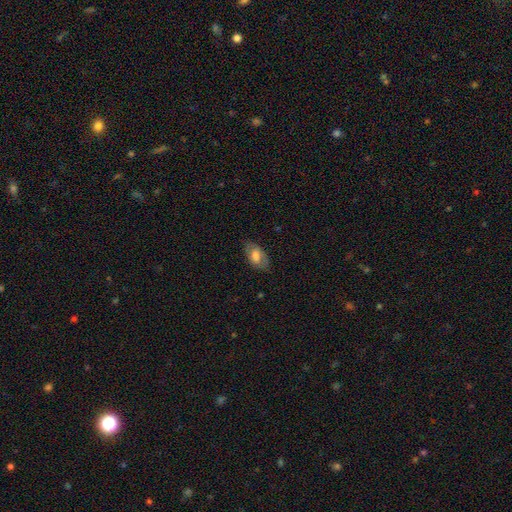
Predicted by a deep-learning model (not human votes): Smooth or featured? smooth (64%)
How rounded? in between (92%)
Merging? none (76%)